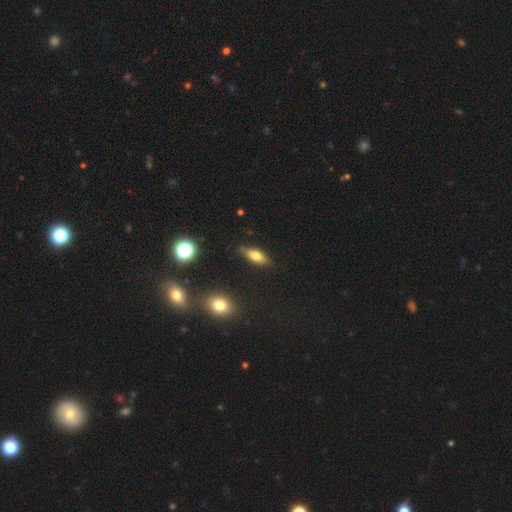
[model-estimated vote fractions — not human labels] smooth 62%, featured or disk 28%, star or artifact 10%. Down the decision tree: how rounded — in between (65%); merging — none (82%).